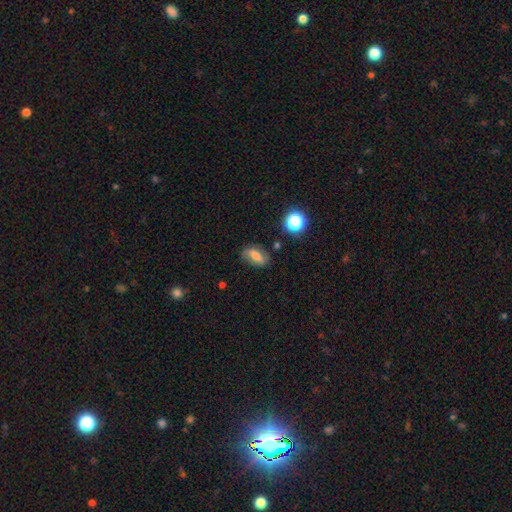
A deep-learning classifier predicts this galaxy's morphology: Smooth or featured: smooth — 57% (featured or disk — 31%)
How rounded: in between — 78% (round — 12%)
Merging: none — 75% (minor disturbance — 17%)